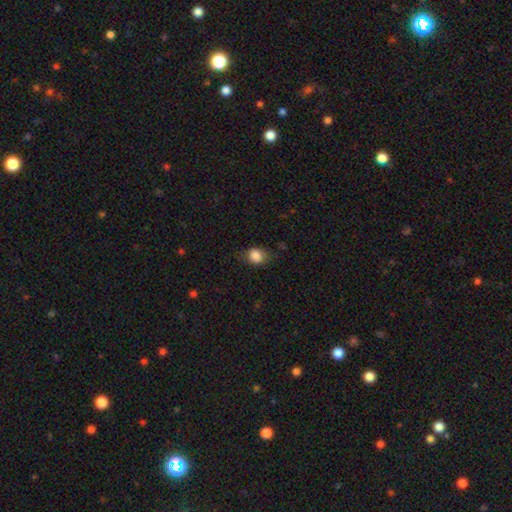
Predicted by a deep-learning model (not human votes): Smooth or featured: smooth — 84% (star or artifact — 9%)
How rounded: in between — 52% (round — 47%)
Merging: none — 68% (minor disturbance — 24%)